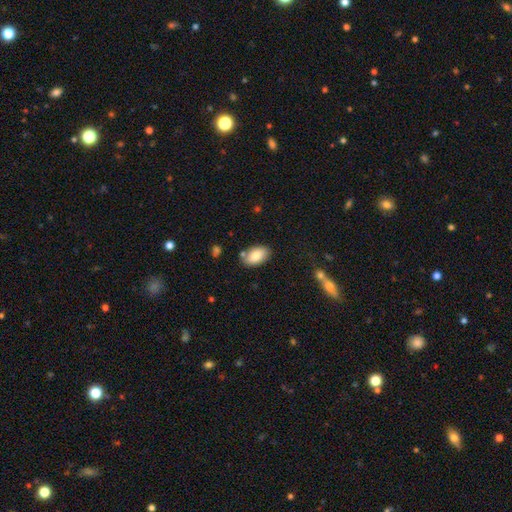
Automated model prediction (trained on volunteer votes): Smooth or featured: smooth — 82% (featured or disk — 11%)
How rounded: in between — 93% (round — 5%)
Merging: none — 78% (minor disturbance — 13%)